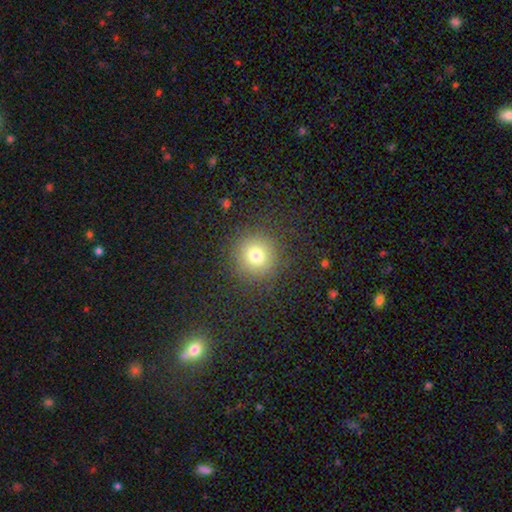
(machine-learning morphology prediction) smooth 74%, star or artifact 17%, featured or disk 9%. Down the decision tree: how rounded — round (93%); merging — none (88%).